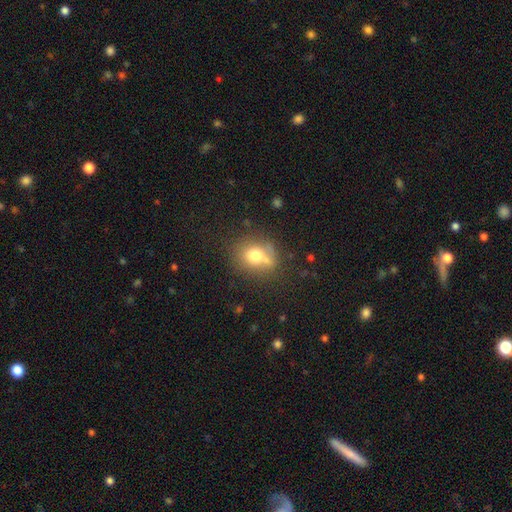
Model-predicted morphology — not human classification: A smooth galaxy with no disk features (72%) that is round (64%).

Vote fractions:
- Smooth or featured? smooth: 72% / featured or disk: 16% / star or artifact: 12%
- How rounded? round: 64% / in between: 34% / cigar-shaped: 1%
- Merging? none: 52% / merger: 20% / minor disturbance: 19% / major disturbance: 9%